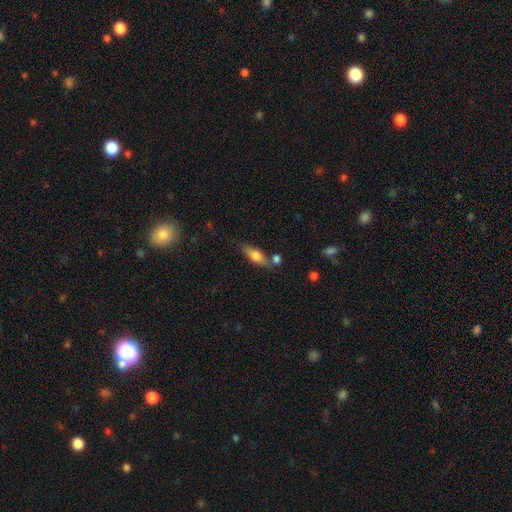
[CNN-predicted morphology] This appears to be a smooth galaxy with no disk features (66%) that is in between round and cigar-shaped (61%). Merging: none (63%).